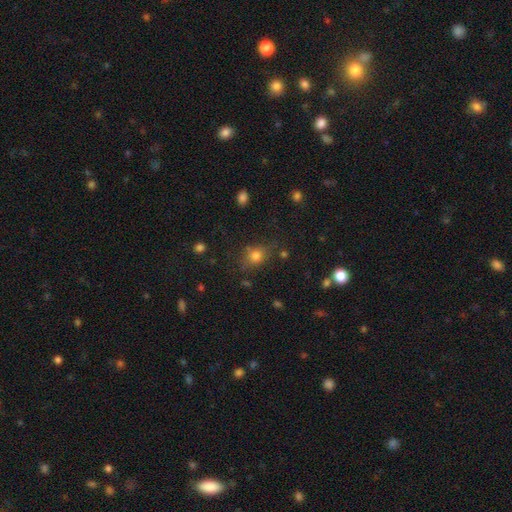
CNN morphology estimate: This is likely a smooth galaxy (77%). How rounded: possibly round (59%). Merging: likely none (72%).